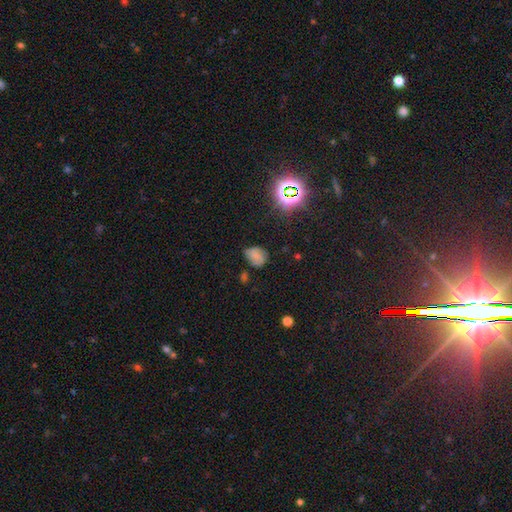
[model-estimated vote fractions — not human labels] smooth_or_featured: smooth (p=0.68) [alt: star or artifact p=0.20]
how_rounded: in between (p=0.55) [alt: round p=0.44]
merging: none (p=0.59) [alt: minor disturbance p=0.29]